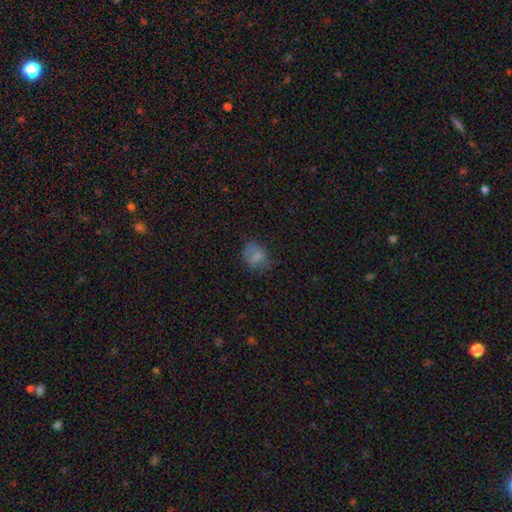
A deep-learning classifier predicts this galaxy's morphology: smooth 70%, featured or disk 17%, star or artifact 13%. Down the decision tree: how rounded — in between (60%); merging — none (57%).